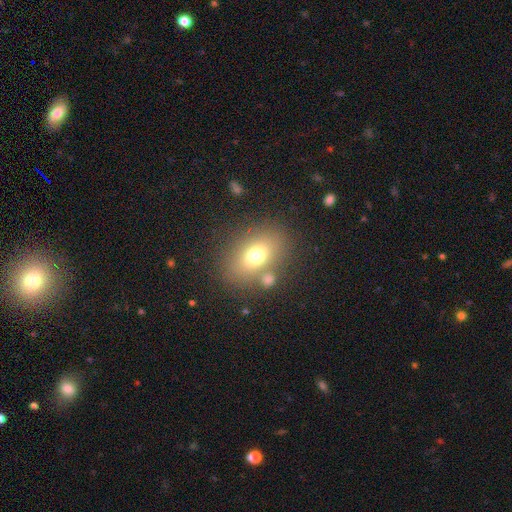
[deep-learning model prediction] smooth-or-featured: smooth: 71% | featured or disk: 15% | star or artifact: 13%
  how-rounded: in between: 74% | round: 24% | cigar-shaped: 2%
  merging: none: 72% | minor disturbance: 12% | merger: 11% | major disturbance: 6%